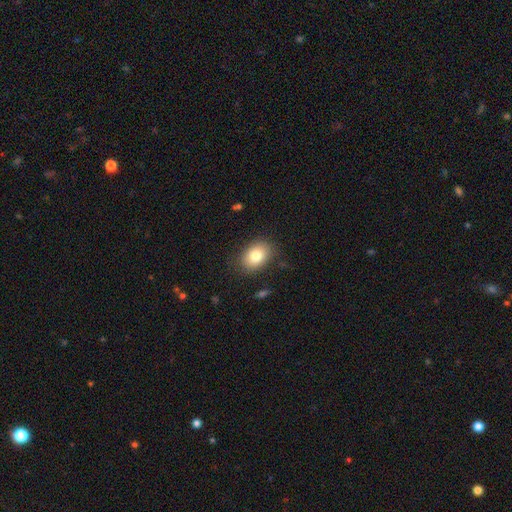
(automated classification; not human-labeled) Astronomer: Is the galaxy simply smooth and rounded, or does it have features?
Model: smooth — 81%.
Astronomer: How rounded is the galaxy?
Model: in between — 80%.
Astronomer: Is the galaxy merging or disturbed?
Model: none — 84%.